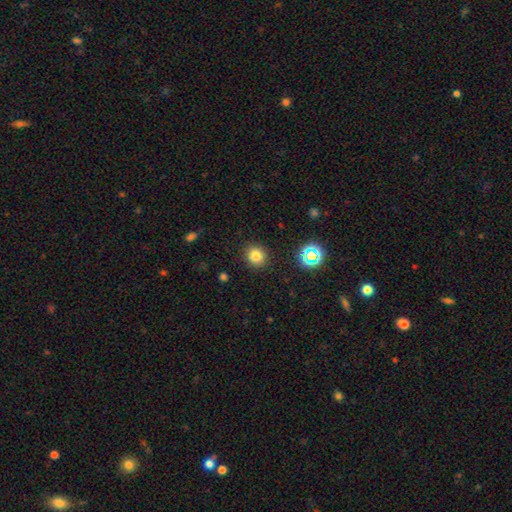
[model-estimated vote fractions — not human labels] This is likely a smooth galaxy (78%). How rounded: clearly round (88%). Merging: clearly none (90%).